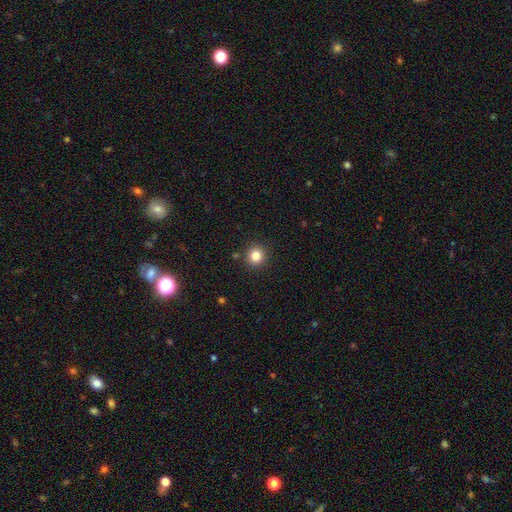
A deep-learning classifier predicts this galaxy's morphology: Smooth or featured? smooth (83%)
How rounded? round (93%)
Merging? none (90%)